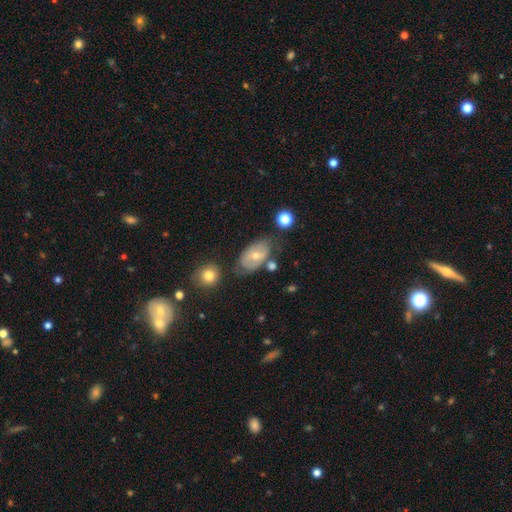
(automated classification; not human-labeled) Smooth or featured? Predicted: smooth (p=0.48). Merging? Predicted: none (p=0.52).